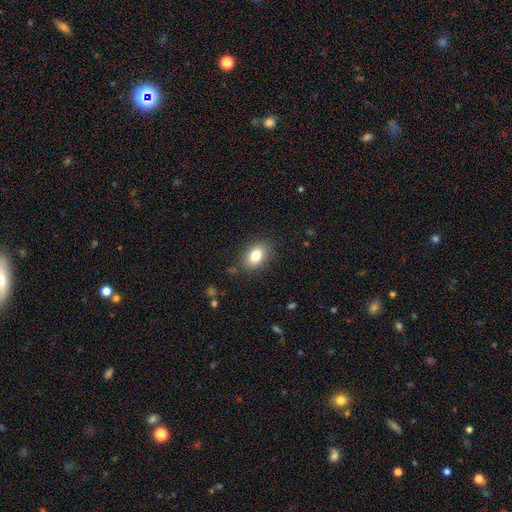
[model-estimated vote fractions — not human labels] Smooth or featured: smooth — 82% (featured or disk — 9%)
How rounded: in between — 80% (round — 19%)
Merging: none — 85% (minor disturbance — 11%)